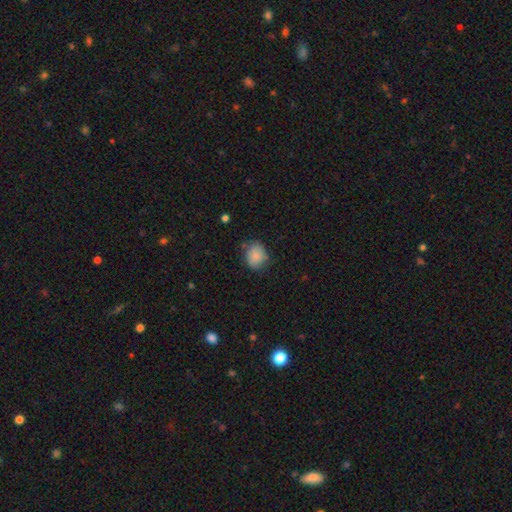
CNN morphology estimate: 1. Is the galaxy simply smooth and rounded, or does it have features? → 84% smooth, 8% star or artifact, 8% featured or disk.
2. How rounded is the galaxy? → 60% round, 39% in between, 1% cigar-shaped.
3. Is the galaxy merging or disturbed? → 71% none, 22% minor disturbance, 5% major disturbance, 2% merger.